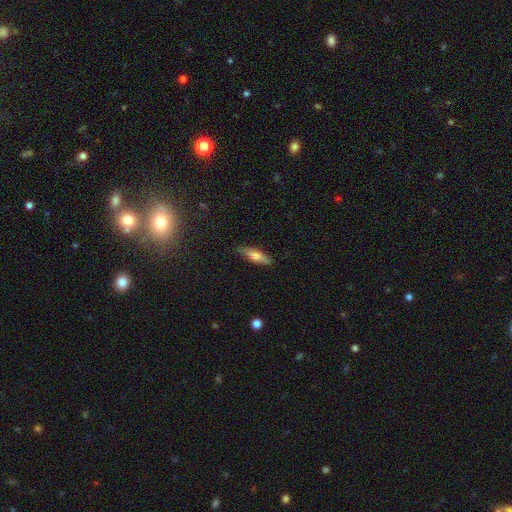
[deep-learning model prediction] smooth-or-featured: smooth: 64% | featured or disk: 29% | star or artifact: 7%
  how-rounded: cigar-shaped: 64% | in between: 34% | round: 2%
  merging: none: 84% | minor disturbance: 12% | major disturbance: 2% | merger: 1%